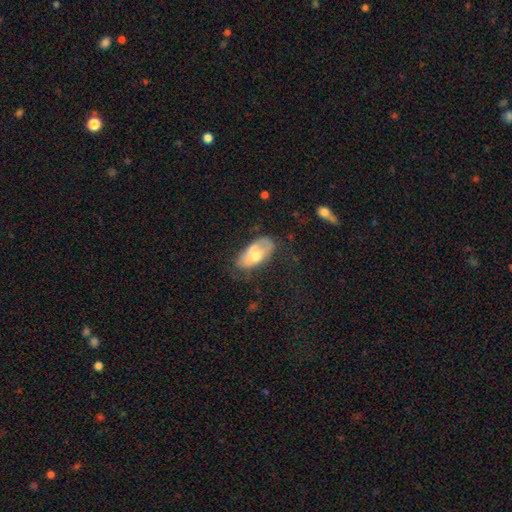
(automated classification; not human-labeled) Smooth or featured? smooth (54%)
How rounded? in between (91%)
Merging? none (46%)